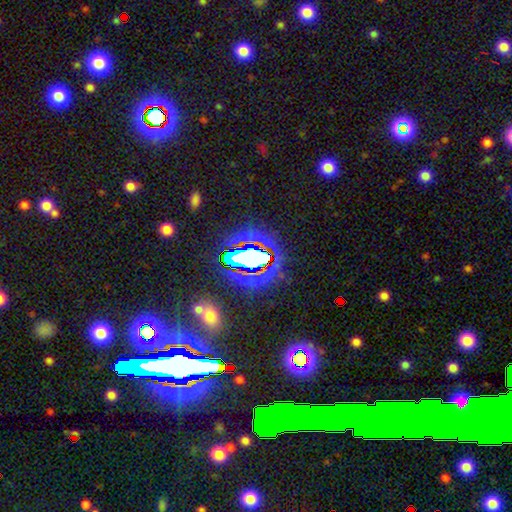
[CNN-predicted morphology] smooth_or_featured: star or artifact (p=0.63) [alt: smooth p=0.19]